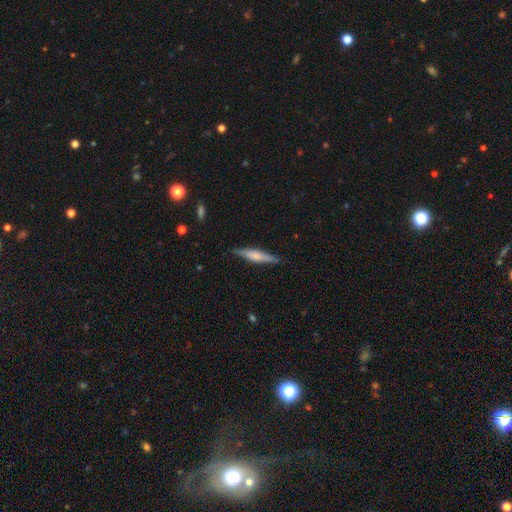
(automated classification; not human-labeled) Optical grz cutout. It shows a smooth galaxy with no disk features (50%) that is cigar-shaped (88%). Merging: none (87%).